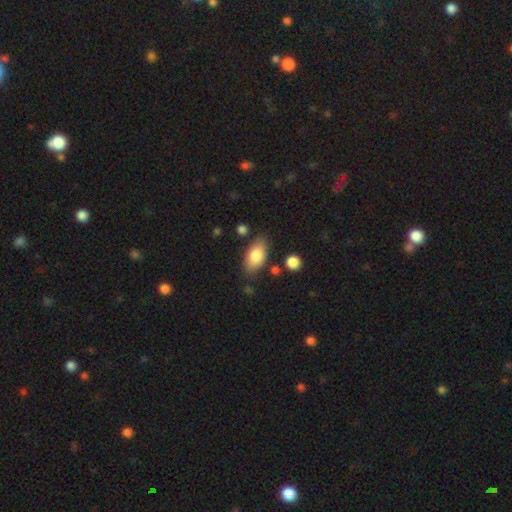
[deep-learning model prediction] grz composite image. It shows a smooth galaxy with no disk features (82%) that is in between round and cigar-shaped (91%). Merging: none (77%).